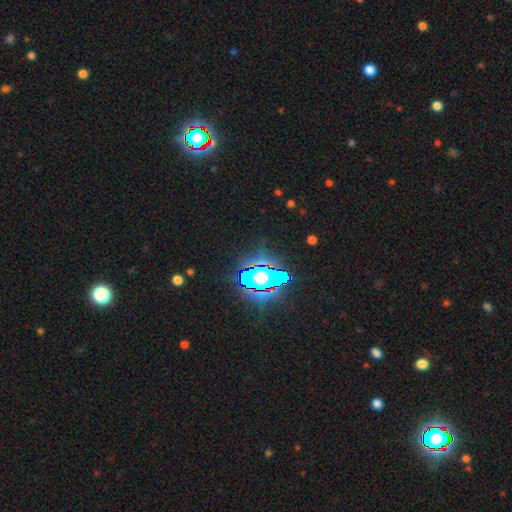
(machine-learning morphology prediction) Q: Smooth or featured?
A: star or artifact (84%); runner-up: smooth (9%)